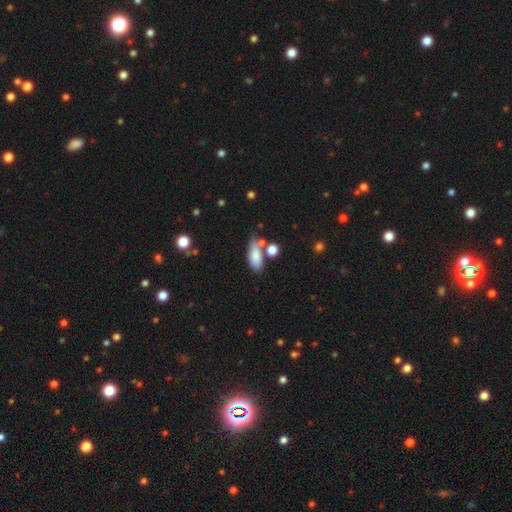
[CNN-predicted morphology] smooth_or_featured: smooth (p=0.81) [alt: featured or disk p=0.11]
how_rounded: in between (p=0.81) [alt: cigar-shaped p=0.15]
merging: none (p=0.57) [alt: minor disturbance p=0.19]